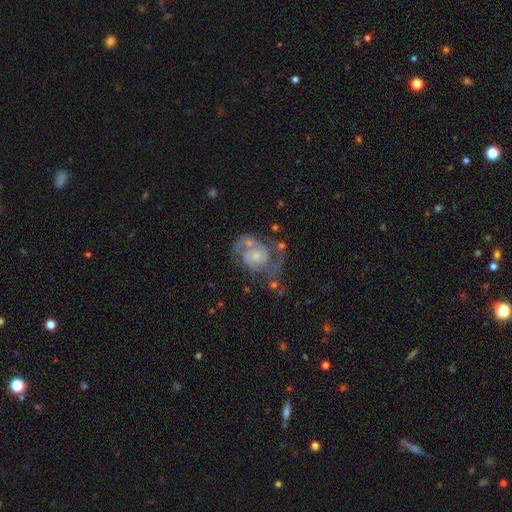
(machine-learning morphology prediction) featured or disk 88%, smooth 7%, star or artifact 5%. Down the decision tree: edge-on disk — no (98%); bar — no (71%); spiral arms — yes (97%); spiral arm count — 2 (84%); spiral winding — medium (47%); bulge size — small (60%); merging — none (55%).